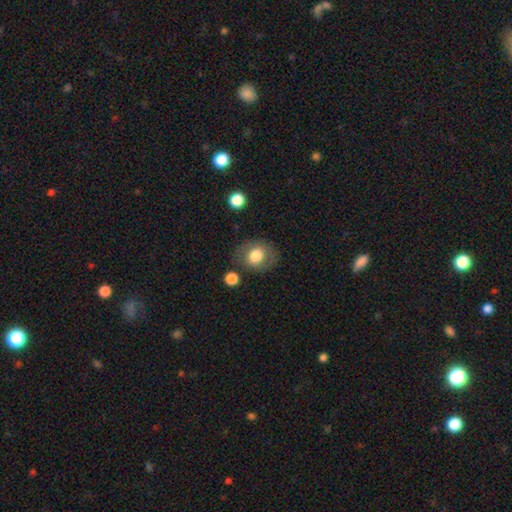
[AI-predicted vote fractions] smooth 75%, featured or disk 17%, star or artifact 8%. Down the decision tree: how rounded — round (56%); merging — none (75%).